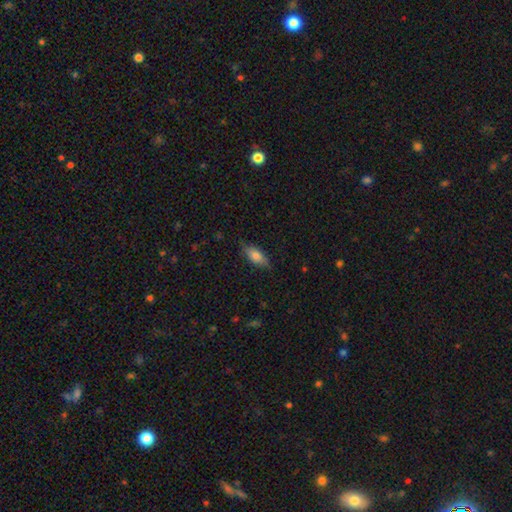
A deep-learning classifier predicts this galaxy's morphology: Smooth or featured? smooth (73%)
How rounded? in between (82%)
Merging? none (75%)